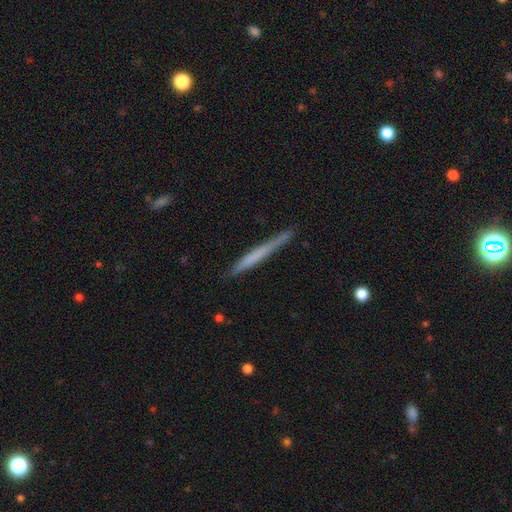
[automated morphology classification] smooth-or-featured: smooth: 55% | featured or disk: 39% | star or artifact: 6%
  how-rounded: cigar-shaped: 97% | in between: 2% | round: 1%
  merging: none: 84% | minor disturbance: 12% | major disturbance: 2% | merger: 1%